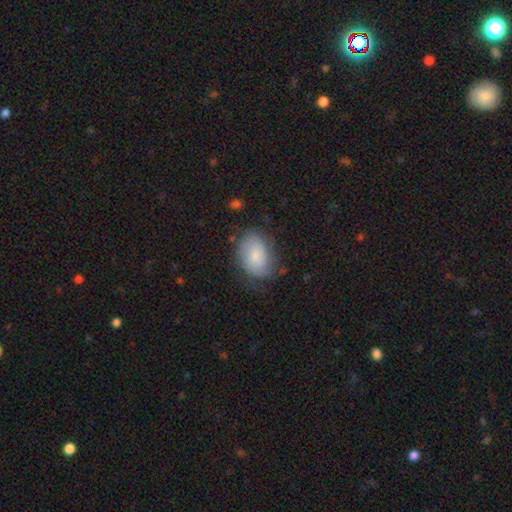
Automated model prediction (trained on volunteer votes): This is likely a smooth galaxy (68%). How rounded: clearly in between (81%). Merging: likely none (61%).